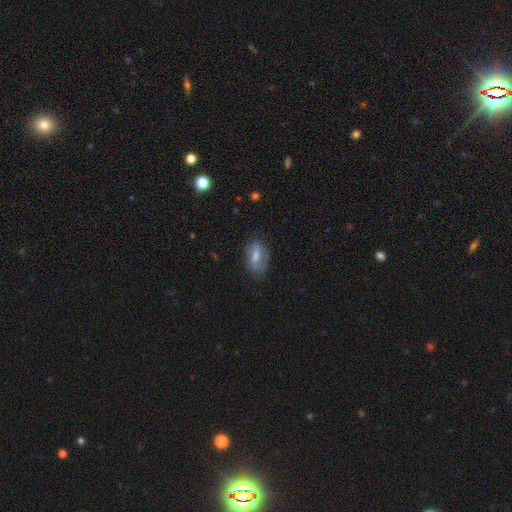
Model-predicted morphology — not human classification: Smooth or featured: smooth — 47% (featured or disk — 43%)
Merging: none — 70% (minor disturbance — 21%)